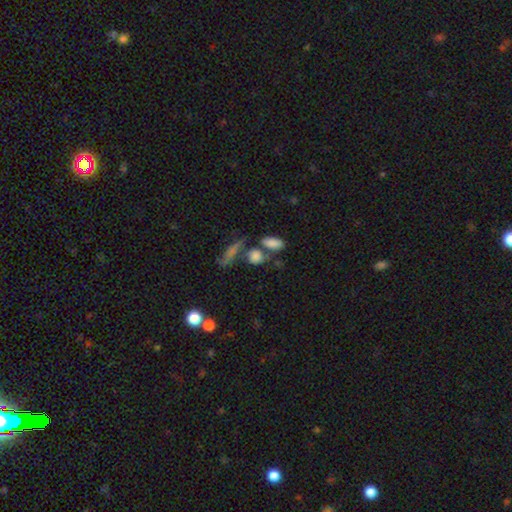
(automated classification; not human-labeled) smooth-or-featured: smooth: 76% | featured or disk: 12% | star or artifact: 12%
  how-rounded: in between: 58% | round: 31% | cigar-shaped: 11%
  merging: none: 46% | merger: 33% | minor disturbance: 13% | major disturbance: 9%